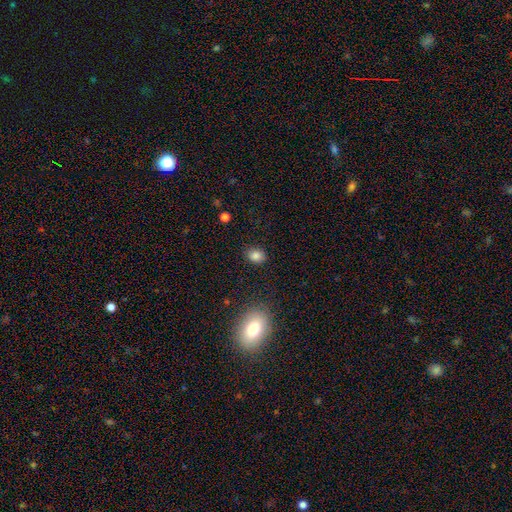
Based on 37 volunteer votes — This appears to be a smooth galaxy with no disk features (89%) that is in between round and cigar-shaped (64%). Merging: none (83%).